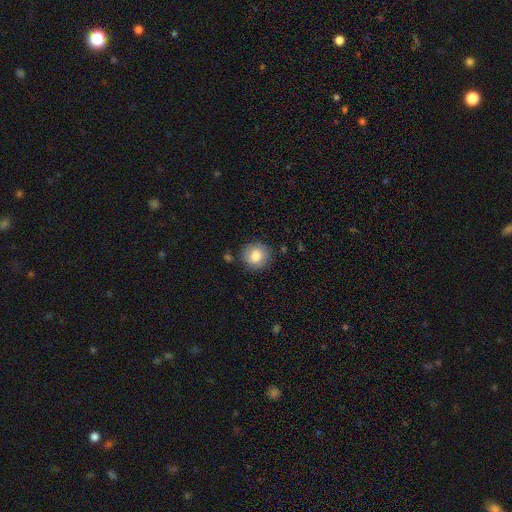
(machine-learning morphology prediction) type=smooth (81%); roundness=round (88%); merging=none (84%).